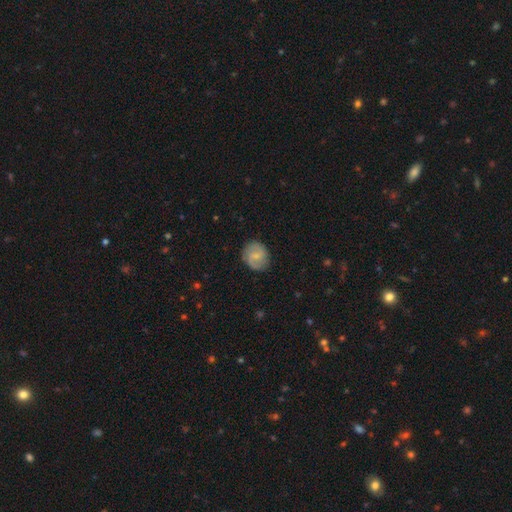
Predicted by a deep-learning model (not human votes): Overall: featured or disk (49%; smooth 44%). Merging: none (81%).